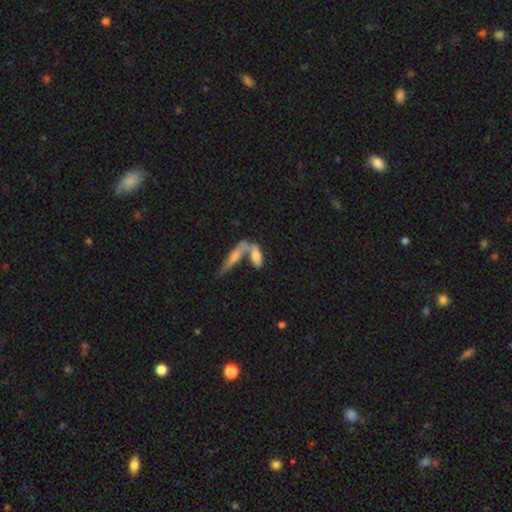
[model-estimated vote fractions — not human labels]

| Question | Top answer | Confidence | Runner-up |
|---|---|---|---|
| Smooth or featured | smooth | 62% | featured or disk (30%) |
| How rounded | in between | 57% | cigar-shaped (39%) |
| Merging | merger | 52% | none (31%) |